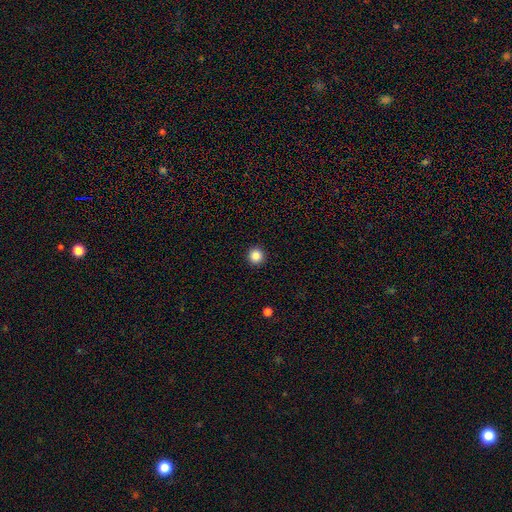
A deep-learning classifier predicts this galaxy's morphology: smooth-or-featured: smooth: 86% | star or artifact: 10% | featured or disk: 3%
  how-rounded: round: 95% | in between: 4% | cigar-shaped: 1%
  merging: none: 94% | minor disturbance: 4% | major disturbance: 2% | merger: 1%